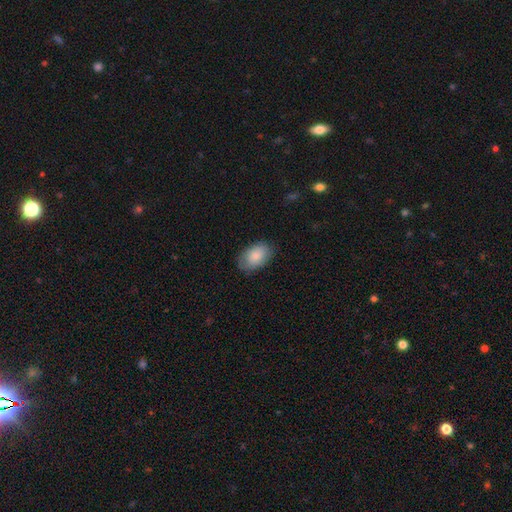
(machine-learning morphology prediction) The model was most divided on "merging": none: 79%, minor disturbance: 16%, major disturbance: 4%, merger: 1%. More confident: how rounded — in between (91%); smooth or featured — smooth (85%).